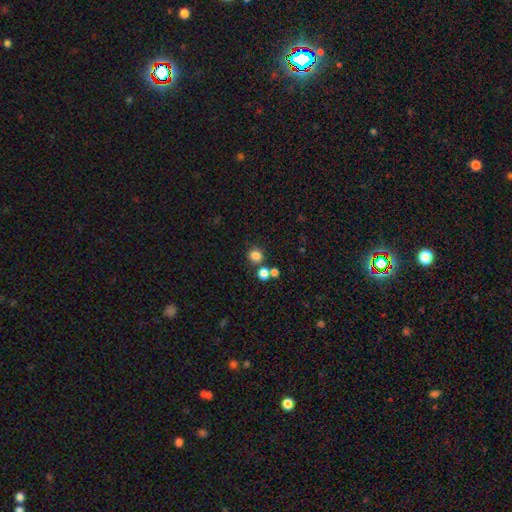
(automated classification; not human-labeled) Morphology: type=smooth (81%); roundness=round (90%); merging=none (75%).